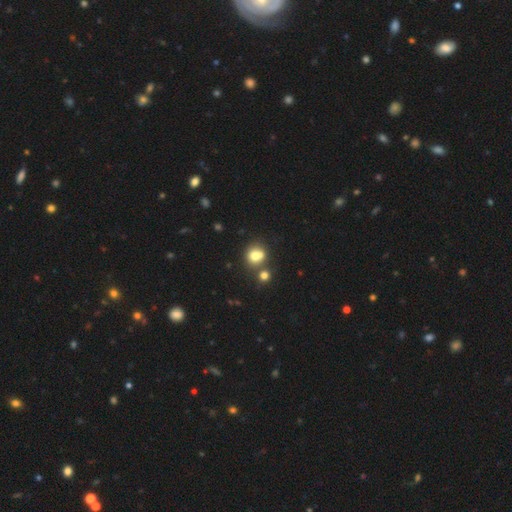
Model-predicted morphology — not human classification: smooth 72%, featured or disk 15%, star or artifact 13%. Down the decision tree: how rounded — round (76%); merging — merger (44%).